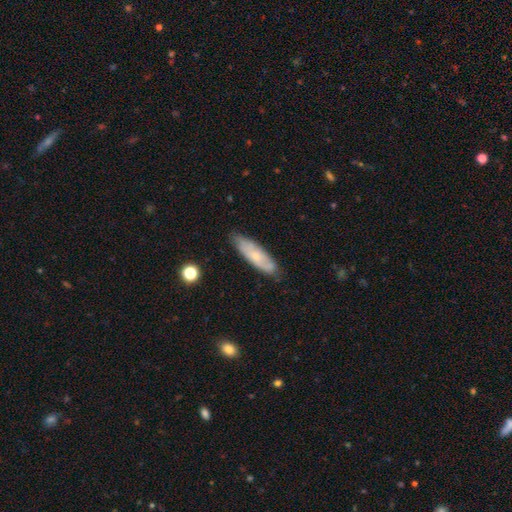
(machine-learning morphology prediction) type=smooth (50%); roundness=cigar-shaped (55%); merging=none (75%).